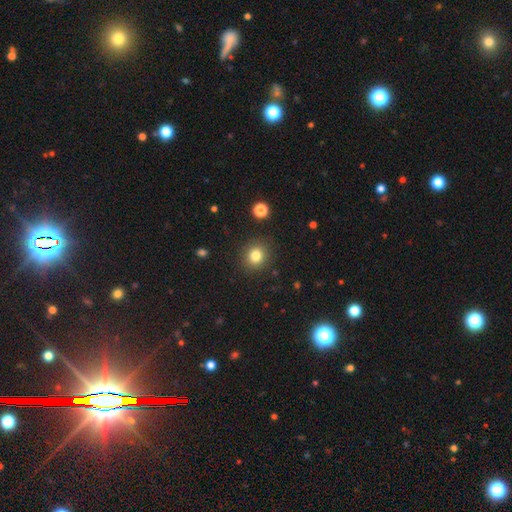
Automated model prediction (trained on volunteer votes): Q: Smooth or featured?
A: smooth (81%); runner-up: star or artifact (12%)
Q: How rounded?
A: round (81%); runner-up: in between (18%)
Q: Merging?
A: none (88%); runner-up: minor disturbance (8%)